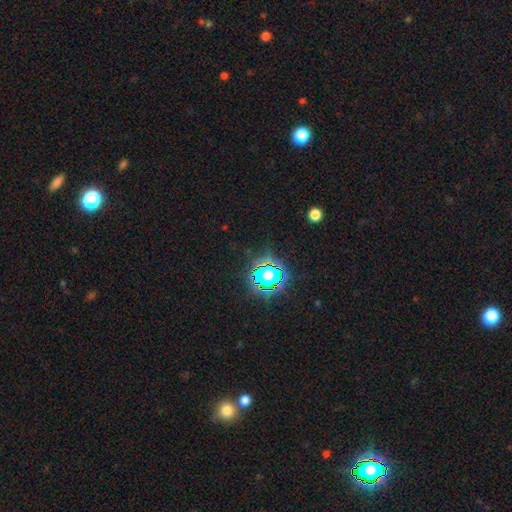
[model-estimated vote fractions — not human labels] Smooth or featured?
  - star or artifact: 80% *
  - smooth: 12%
  - featured or disk: 7%